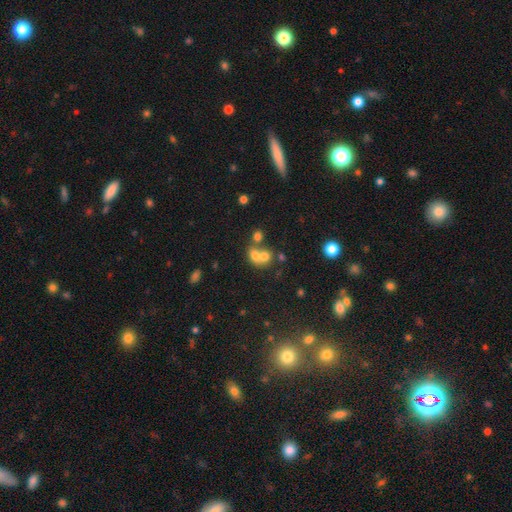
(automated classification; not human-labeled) A smooth galaxy with no disk features (64%) that is round (60%). Merging: merger (62%).